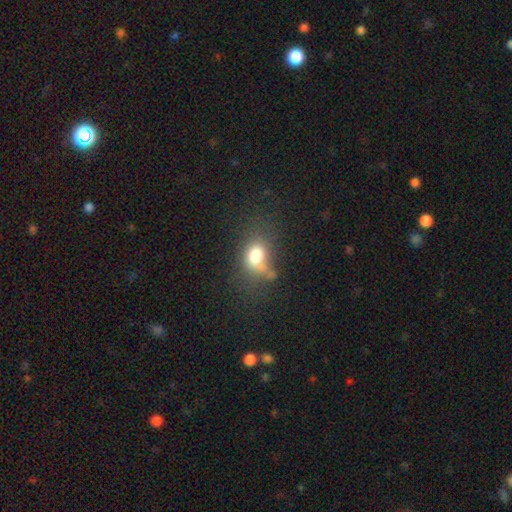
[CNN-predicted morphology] smooth-or-featured: smooth: 75% | featured or disk: 13% | star or artifact: 12%
  how-rounded: in between: 65% | round: 33% | cigar-shaped: 2%
  merging: none: 38% | minor disturbance: 26% | major disturbance: 24% | merger: 13%